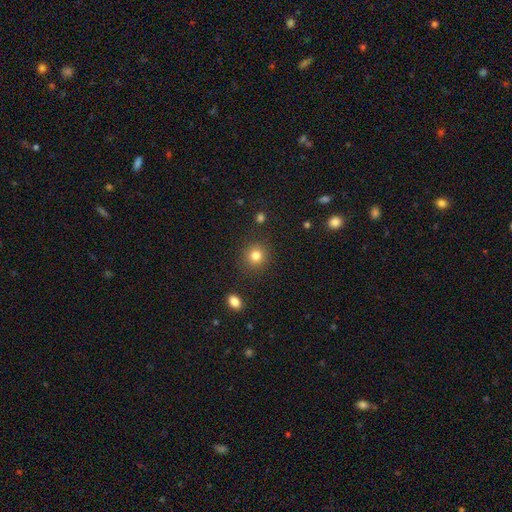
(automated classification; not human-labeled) A smooth galaxy with no disk features (82%) that is round (91%). Merging: none (89%).